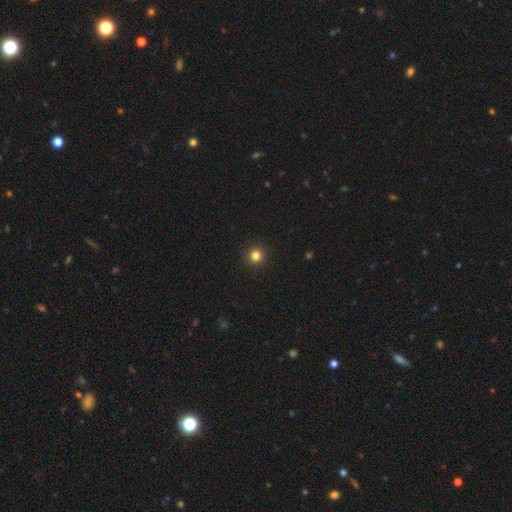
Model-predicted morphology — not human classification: A smooth galaxy with no disk features (82%) that is round (95%). Merging: none (93%).